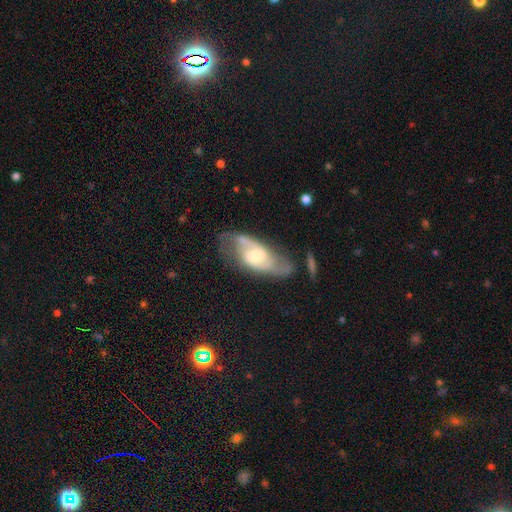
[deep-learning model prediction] A featured or disk galaxy (81%) with a weak bar (47%), 2 (82%) medium (49%) spiral arms (93%) and a moderate central bulge (56%). Merging: none (62%).